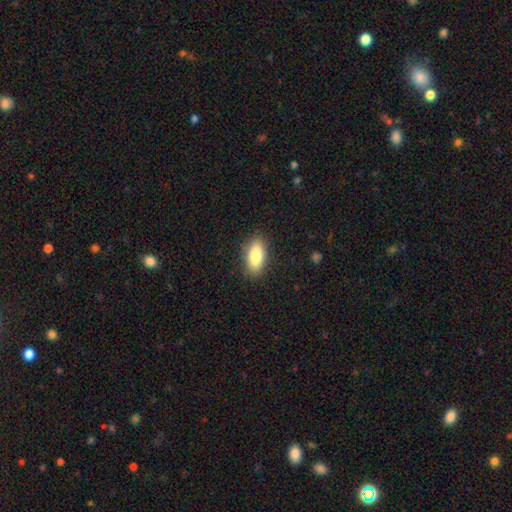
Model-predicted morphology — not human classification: The model was most divided on "how rounded": in between: 85%, cigar-shaped: 12%, round: 3%. More confident: merging — none (86%); smooth or featured — smooth (86%).